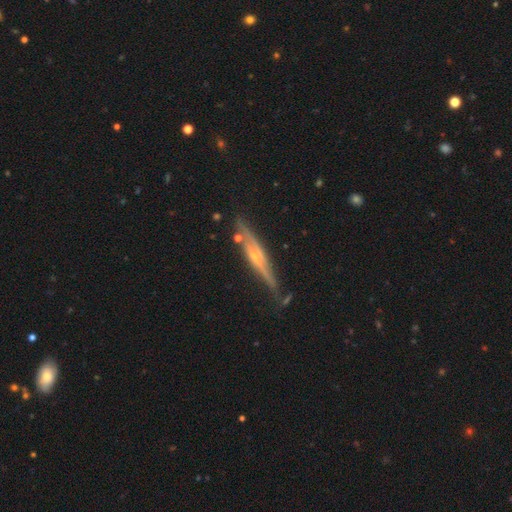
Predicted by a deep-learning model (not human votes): This appears to be a featured or disk galaxy (79%) viewed edge-on (94%) with a rounded central bulge (77%). Merging: none (77%).